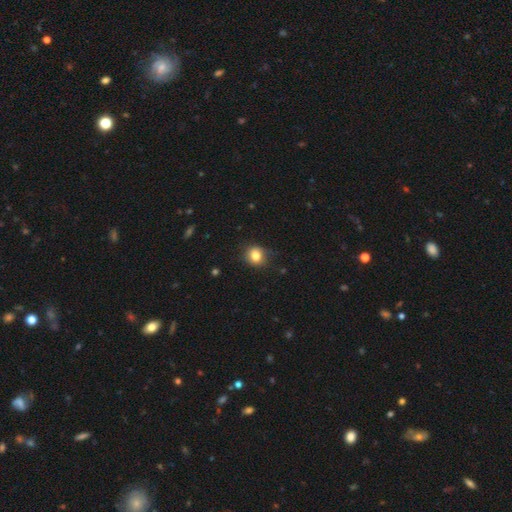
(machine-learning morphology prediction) The model was most divided on "how rounded": round: 79%, in between: 20%, cigar-shaped: 1%. More confident: smooth or featured — smooth (81%); merging — none (80%).